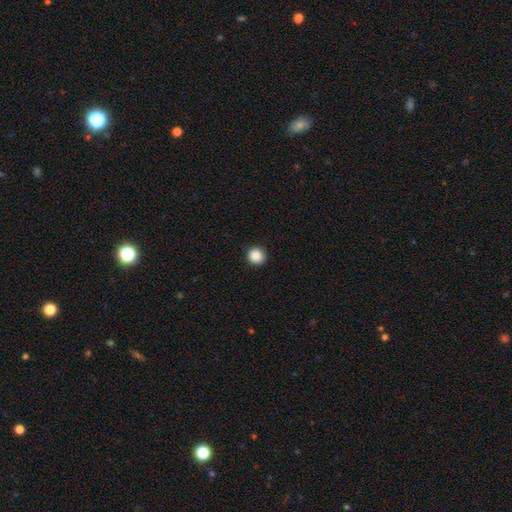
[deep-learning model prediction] smooth-or-featured: smooth: 88% | star or artifact: 9% | featured or disk: 2%
  how-rounded: round: 95% | in between: 4% | cigar-shaped: 1%
  merging: none: 93% | minor disturbance: 5% | major disturbance: 2% | merger: 1%